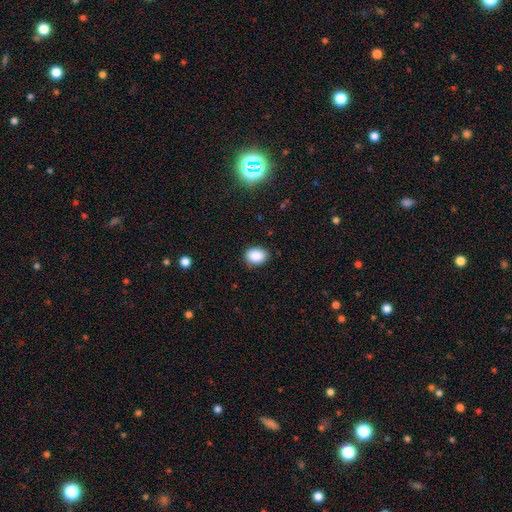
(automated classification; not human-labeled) Smooth or featured?
  - smooth: 89% *
  - star or artifact: 8%
  - featured or disk: 3%
How rounded?
  - in between: 65% *
  - round: 34%
  - cigar-shaped: 1%
Merging?
  - none: 85% *
  - minor disturbance: 12%
  - major disturbance: 3%
  - merger: 1%